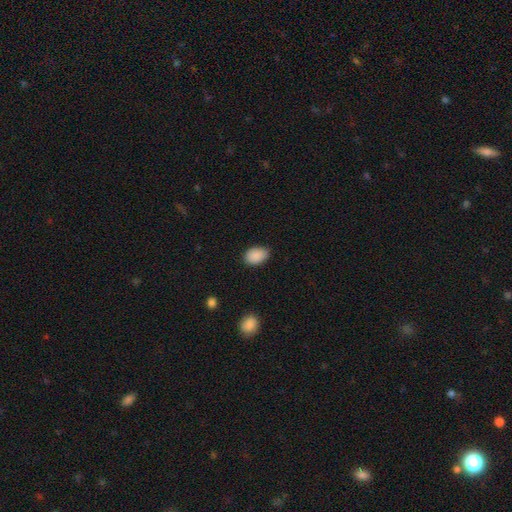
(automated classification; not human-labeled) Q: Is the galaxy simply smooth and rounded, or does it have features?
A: smooth — 89%.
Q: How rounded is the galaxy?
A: in between — 85%.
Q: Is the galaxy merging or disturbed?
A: none — 77%.